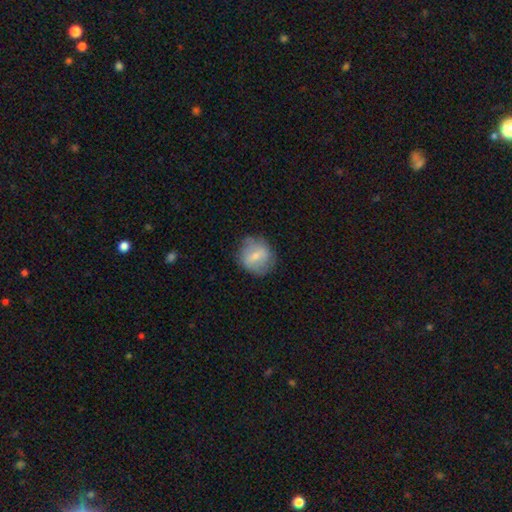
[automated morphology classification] Smooth or featured? smooth (60%)
How rounded? round (83%)
Merging? none (77%)